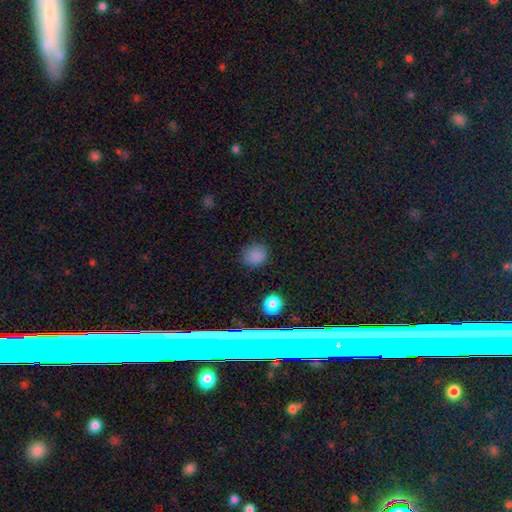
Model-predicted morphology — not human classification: Smooth or featured?
  - smooth: 83% *
  - star or artifact: 14%
  - featured or disk: 4%
How rounded?
  - round: 82% *
  - in between: 17%
  - cigar-shaped: 1%
Merging?
  - none: 86% *
  - minor disturbance: 10%
  - major disturbance: 3%
  - merger: 1%